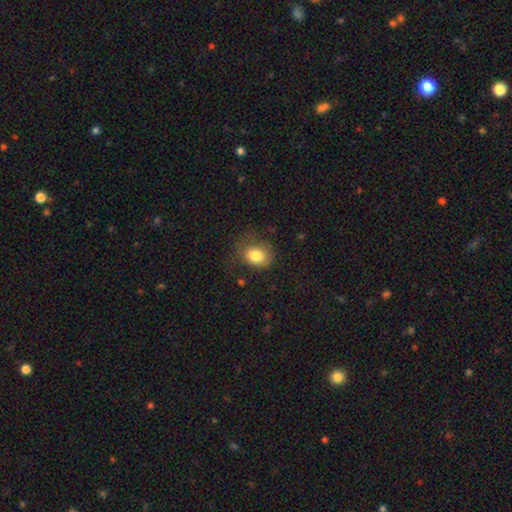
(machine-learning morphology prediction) Smooth or featured? smooth (81%)
How rounded? round (51%)
Merging? none (53%)